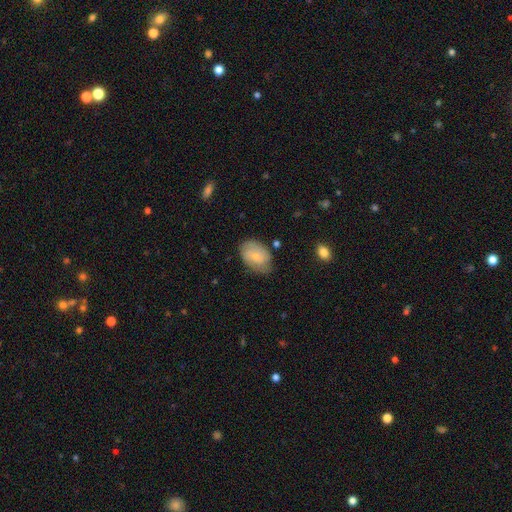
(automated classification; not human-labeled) Smooth or featured? smooth (69%)
How rounded? in between (84%)
Merging? none (68%)